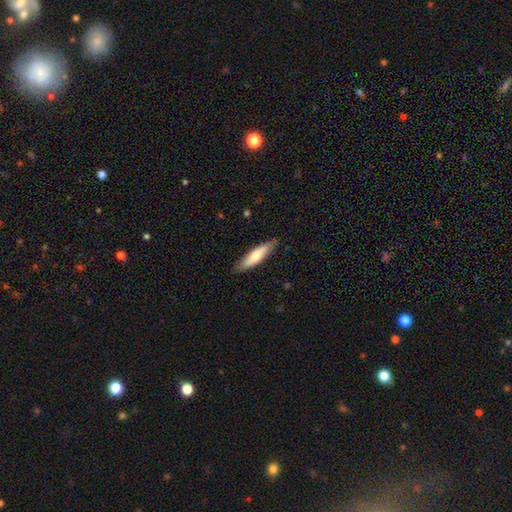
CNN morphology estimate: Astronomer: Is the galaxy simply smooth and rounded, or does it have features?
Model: smooth — 67%.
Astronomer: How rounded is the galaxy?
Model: cigar-shaped — 75%.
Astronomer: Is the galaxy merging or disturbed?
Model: none — 86%.